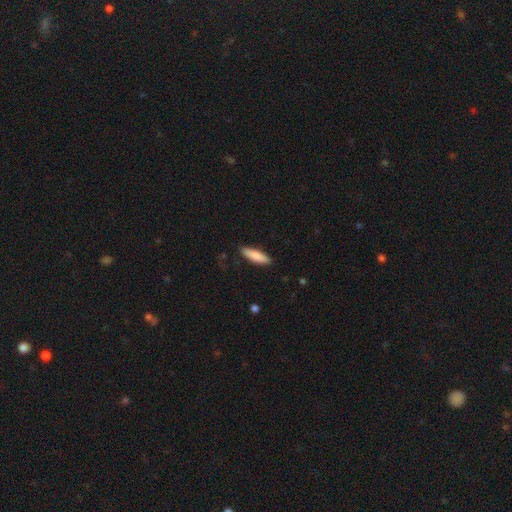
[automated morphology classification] Smooth or featured: smooth — 84% (featured or disk — 10%)
How rounded: cigar-shaped — 66% (in between — 33%)
Merging: none — 88% (minor disturbance — 9%)